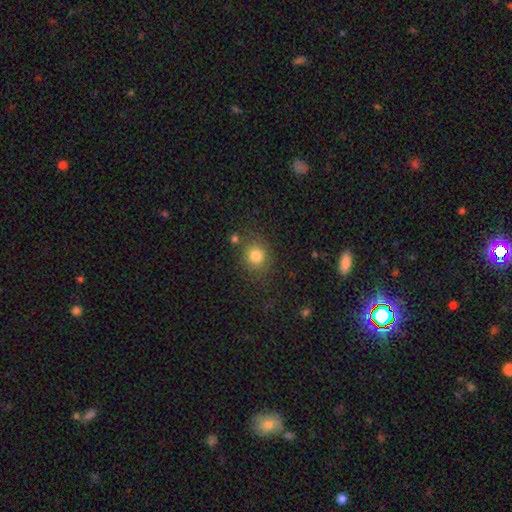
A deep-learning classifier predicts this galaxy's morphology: The model was most divided on "how rounded": round: 81%, in between: 18%, cigar-shaped: 1%. More confident: smooth or featured — smooth (81%); merging — none (79%).